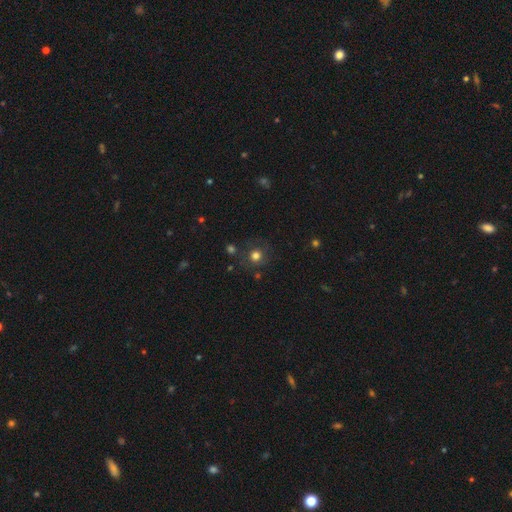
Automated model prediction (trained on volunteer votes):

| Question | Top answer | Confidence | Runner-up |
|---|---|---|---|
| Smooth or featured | smooth | 73% | star or artifact (17%) |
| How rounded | round | 92% | in between (7%) |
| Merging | none | 80% | minor disturbance (11%) |